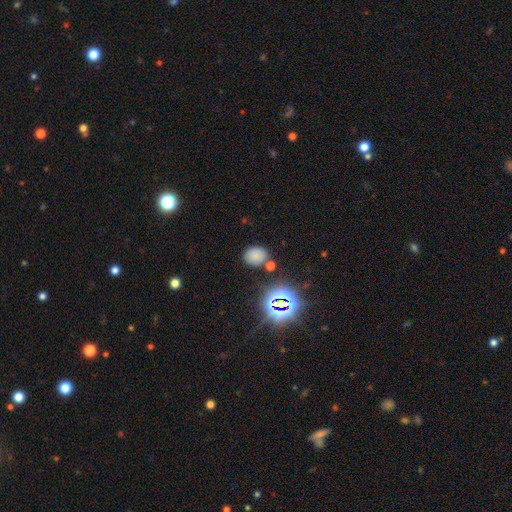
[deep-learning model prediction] Smooth or featured? smooth (72%)
How rounded? in between (51%)
Merging? none (76%)